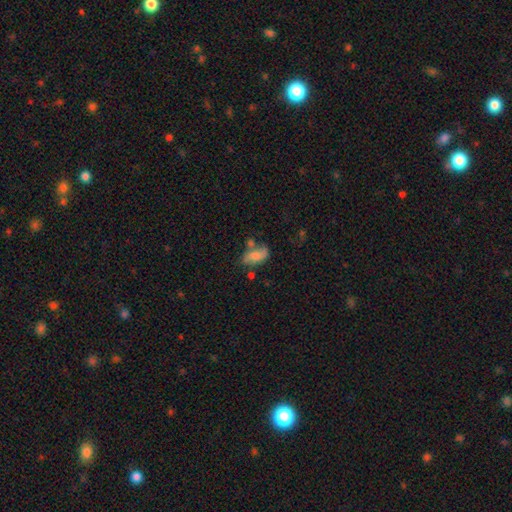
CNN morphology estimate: A smooth galaxy with no disk features (57%) that is in between round and cigar-shaped (88%). Merging: none (44%).